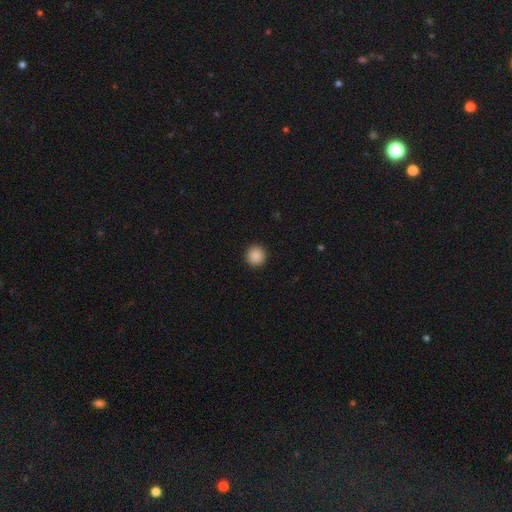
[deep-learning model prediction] A smooth galaxy with no disk features (89%) that is round (96%). Merging: none (94%).